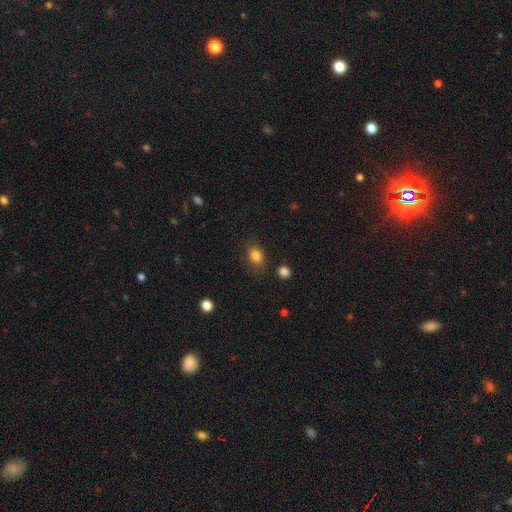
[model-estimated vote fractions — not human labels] Morphology: type=smooth (83%); roundness=in between (63%); merging=none (78%).